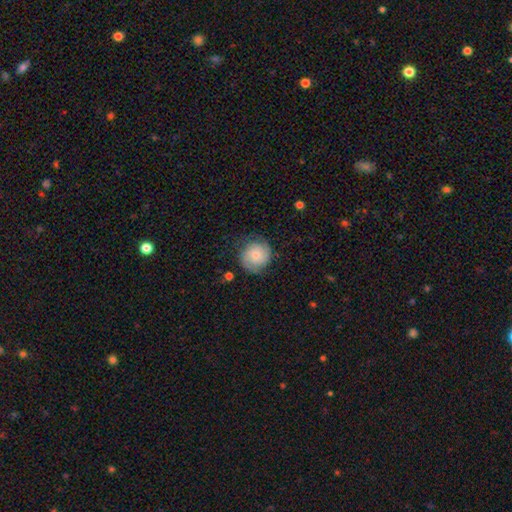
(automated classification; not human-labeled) Morphology: type=featured or disk (54%); edge-on=no (98%); bar=no (76%); spiral arms=yes (90%); bulge=small (53%); merging=none (74%).